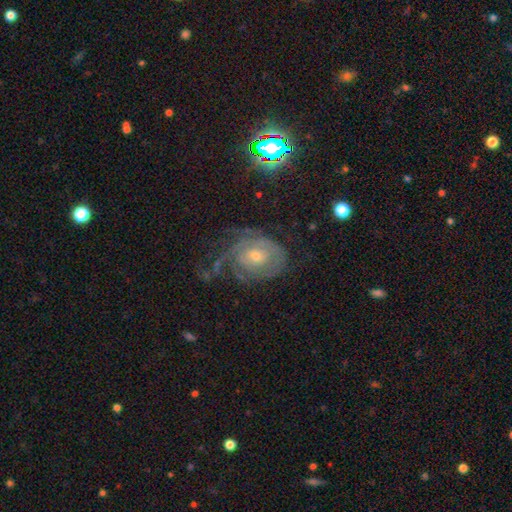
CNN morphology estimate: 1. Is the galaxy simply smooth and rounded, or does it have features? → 76% featured or disk, 13% smooth, 11% star or artifact.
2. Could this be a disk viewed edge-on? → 97% no, 3% yes.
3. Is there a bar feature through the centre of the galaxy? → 67% no, 28% weak, 5% strong.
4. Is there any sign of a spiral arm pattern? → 89% yes, 11% no.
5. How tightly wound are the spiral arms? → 64% tight, 27% medium, 10% loose.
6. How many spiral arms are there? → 45% can't tell, 19% 2, 16% 3, 8% 1, 7% 4, 5% more than 4.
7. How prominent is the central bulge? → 48% moderate, 46% small, 3% large, 2% none, 1% dominant.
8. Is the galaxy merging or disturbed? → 52% none, 23% major disturbance, 23% minor disturbance, 2% merger.